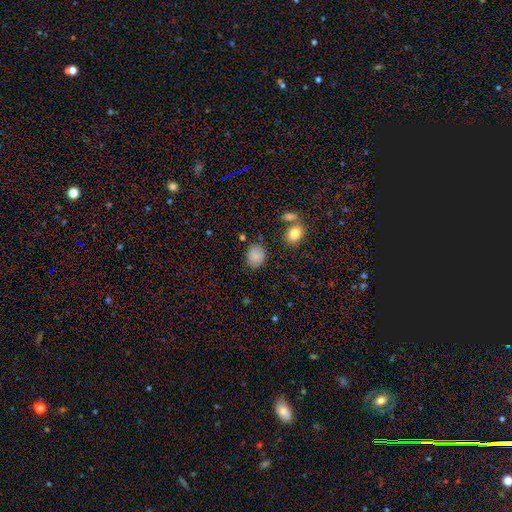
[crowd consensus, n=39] Overall: smooth (92%). How rounded: in between (56%; round 44%). Merging: none (64%; minor disturbance 28%).